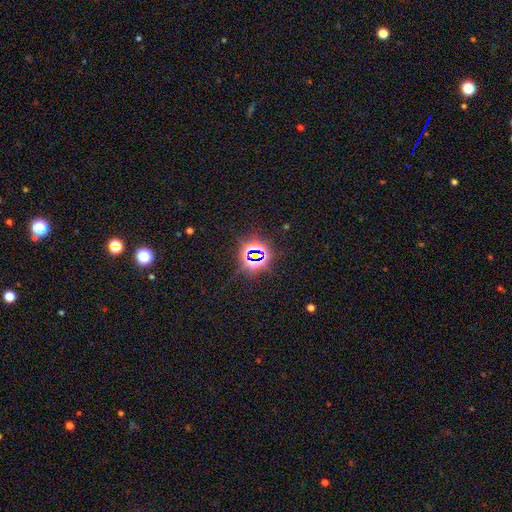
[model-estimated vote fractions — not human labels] Smooth or featured: star or artifact — 79% (smooth — 12%)